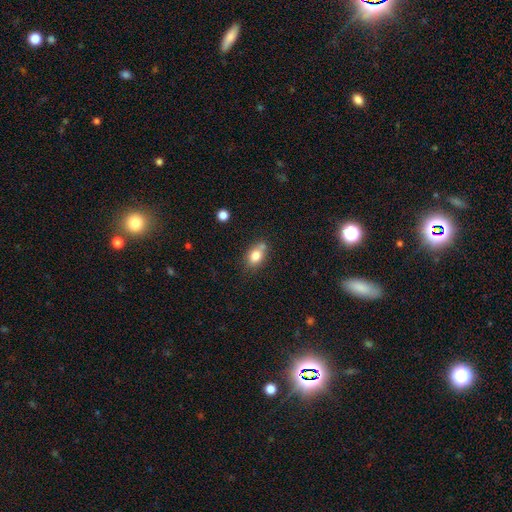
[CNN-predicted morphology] Smooth or featured?
  - smooth: 79% *
  - featured or disk: 12%
  - star or artifact: 9%
How rounded?
  - in between: 75% *
  - round: 23%
  - cigar-shaped: 2%
Merging?
  - none: 56% *
  - minor disturbance: 20%
  - merger: 19%
  - major disturbance: 5%